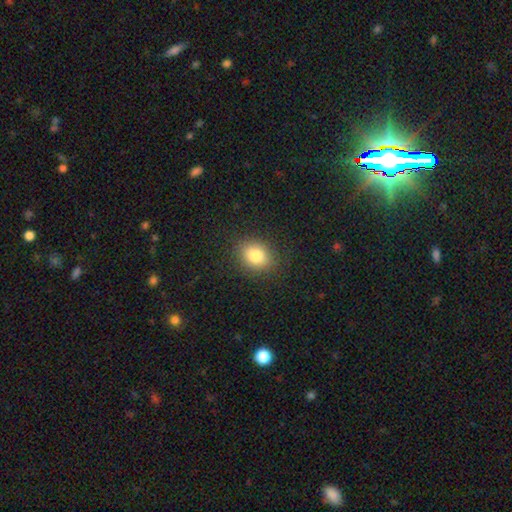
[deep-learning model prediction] The model was most divided on "how rounded": round: 52%, in between: 47%, cigar-shaped: 1%. More confident: merging — none (87%); smooth or featured — smooth (82%).